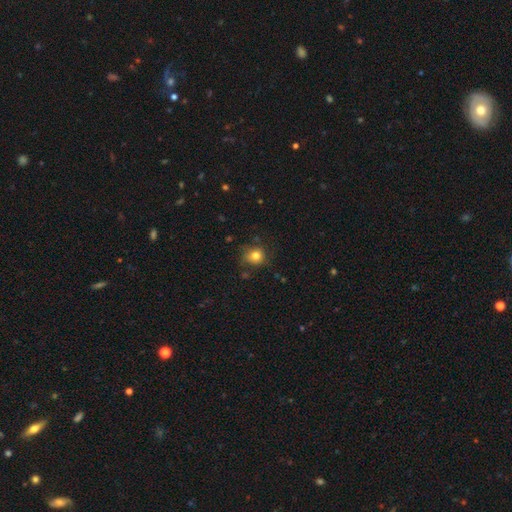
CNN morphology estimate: Smooth or featured: smooth — 79% (star or artifact — 13%)
How rounded: round — 84% (in between — 15%)
Merging: none — 74% (minor disturbance — 18%)